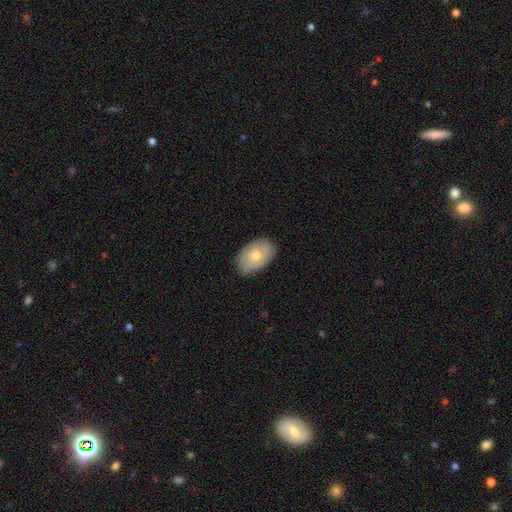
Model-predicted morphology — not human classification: This is possibly a smooth galaxy (54%). How rounded: clearly in between (89%). Merging: likely none (74%).